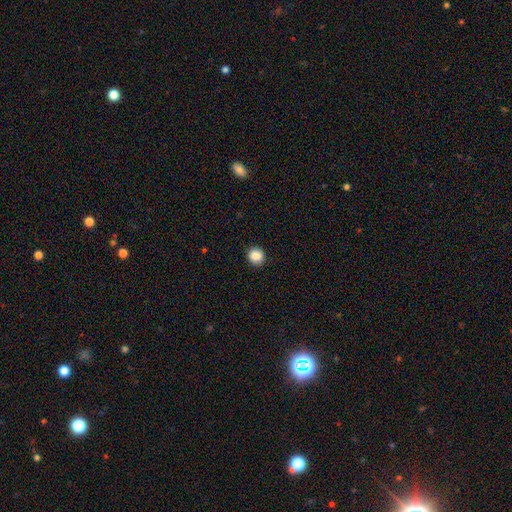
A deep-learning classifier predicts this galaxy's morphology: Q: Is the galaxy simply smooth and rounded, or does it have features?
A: smooth — 88%.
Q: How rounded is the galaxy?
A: round — 87%.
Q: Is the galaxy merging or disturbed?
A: none — 91%.